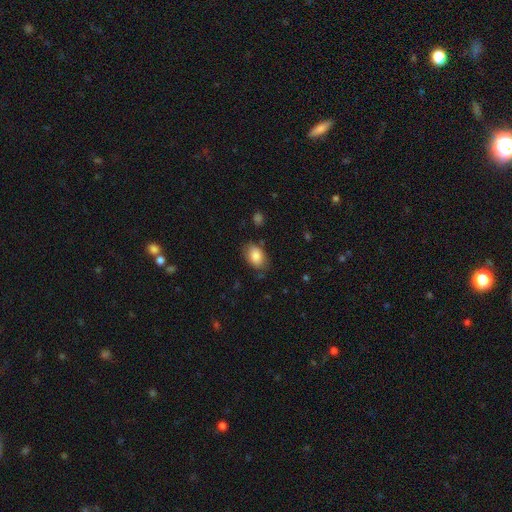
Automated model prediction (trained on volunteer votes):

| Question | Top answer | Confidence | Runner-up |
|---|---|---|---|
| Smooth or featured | smooth | 84% | featured or disk (8%) |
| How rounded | in between | 87% | round (11%) |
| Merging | none | 74% | minor disturbance (19%) |